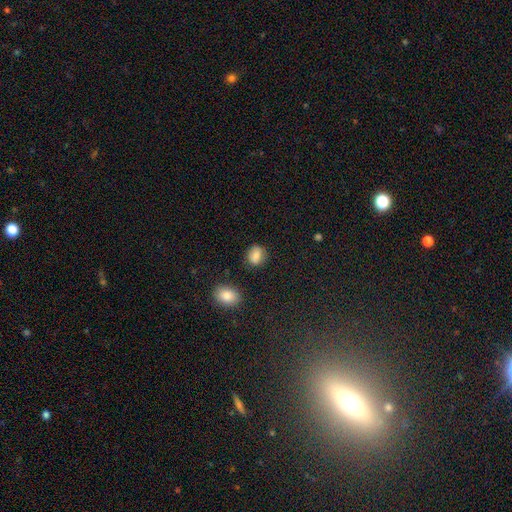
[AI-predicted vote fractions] Overall: smooth (83%). How rounded: round (50%; in between 49%). Merging: none (77%).